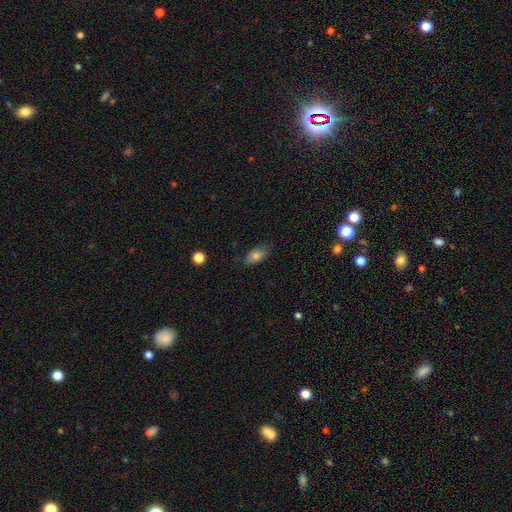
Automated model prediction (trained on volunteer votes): smooth 74%, featured or disk 17%, star or artifact 9%. Down the decision tree: how rounded — in between (88%); merging — none (74%).